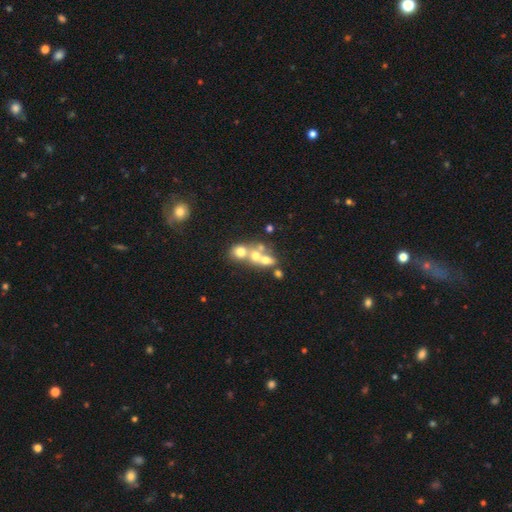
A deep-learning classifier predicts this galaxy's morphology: This is marginally a smooth galaxy (43%). Merging: possibly merger (57%).